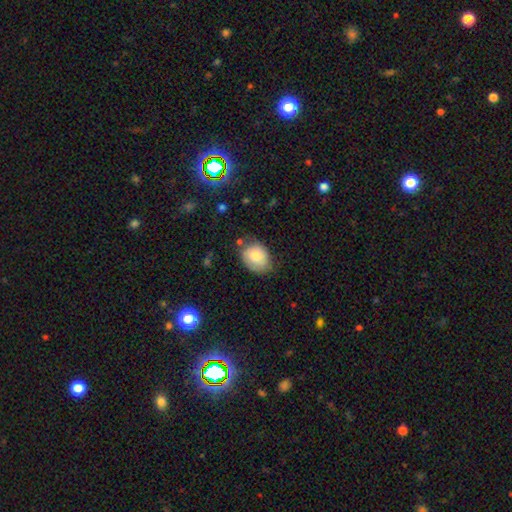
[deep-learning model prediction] The model was most divided on "how rounded": in between: 52%, round: 47%, cigar-shaped: 1%. More confident: smooth or featured — smooth (77%); merging — none (63%).